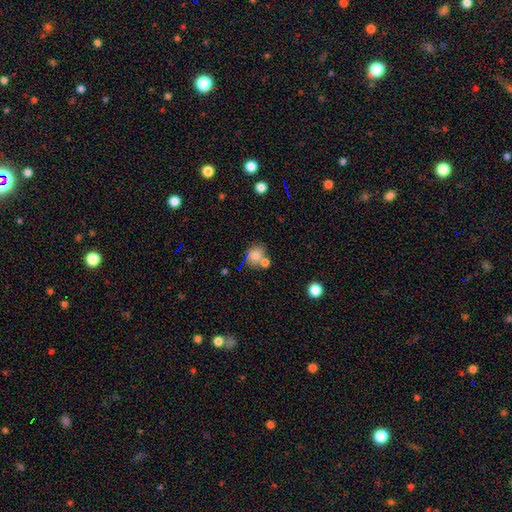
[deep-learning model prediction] A smooth galaxy with no disk features (76%) that is round (75%).

Vote fractions:
- Smooth or featured? smooth: 76% / featured or disk: 12% / star or artifact: 11%
- How rounded? round: 75% / in between: 24% / cigar-shaped: 1%
- Merging? none: 55% / merger: 28% / minor disturbance: 12% / major disturbance: 4%